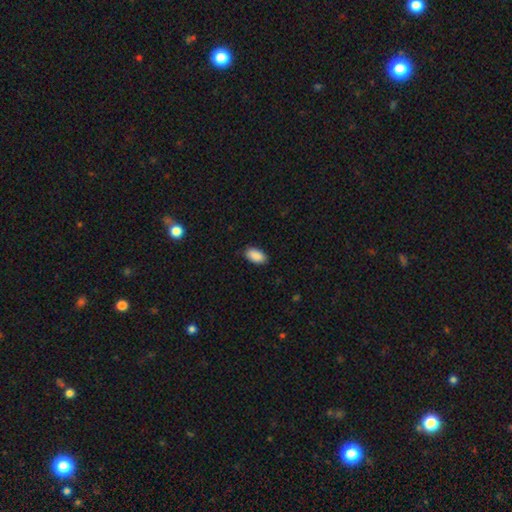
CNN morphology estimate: A smooth galaxy with no disk features (90%) that is in between round and cigar-shaped (95%).

Vote fractions:
- Smooth or featured? smooth: 90% / star or artifact: 7% / featured or disk: 3%
- How rounded? in between: 95% / round: 3% / cigar-shaped: 2%
- Merging? none: 87% / minor disturbance: 10% / major disturbance: 2% / merger: 1%